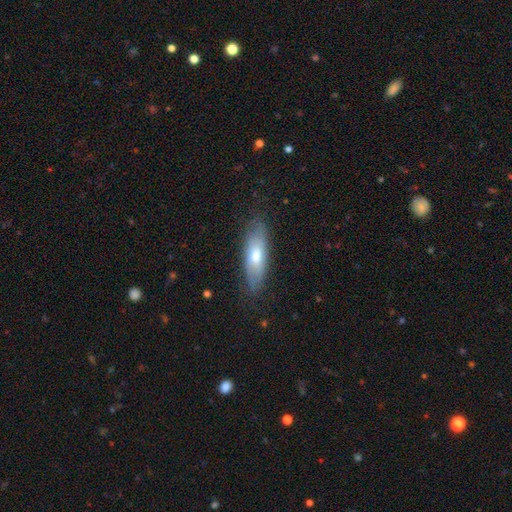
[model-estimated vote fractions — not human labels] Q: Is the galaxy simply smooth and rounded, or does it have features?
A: smooth — 57%.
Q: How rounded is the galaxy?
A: in between — 59%.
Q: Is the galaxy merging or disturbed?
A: none — 78%.